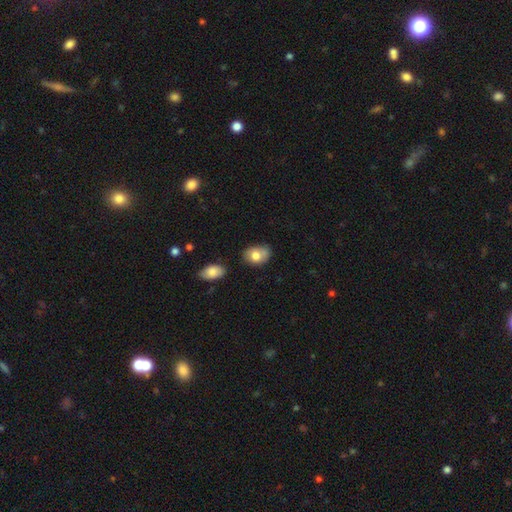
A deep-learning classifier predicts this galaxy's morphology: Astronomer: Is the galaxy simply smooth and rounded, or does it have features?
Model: smooth — 76%.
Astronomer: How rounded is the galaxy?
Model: in between — 75%.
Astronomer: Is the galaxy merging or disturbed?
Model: none — 58%.